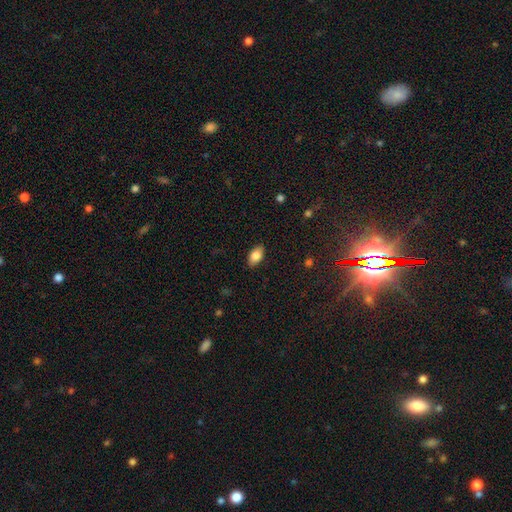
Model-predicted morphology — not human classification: Q: Smooth or featured?
A: smooth (84%); runner-up: featured or disk (8%)
Q: How rounded?
A: in between (93%); runner-up: round (5%)
Q: Merging?
A: none (88%); runner-up: minor disturbance (9%)